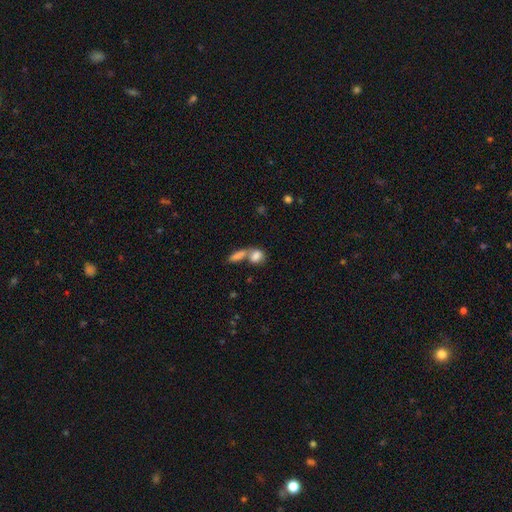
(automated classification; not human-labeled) smooth-or-featured: smooth: 81% | featured or disk: 10% | star or artifact: 8%
  how-rounded: in between: 65% | round: 27% | cigar-shaped: 8%
  merging: merger: 56% | none: 31% | minor disturbance: 8% | major disturbance: 5%